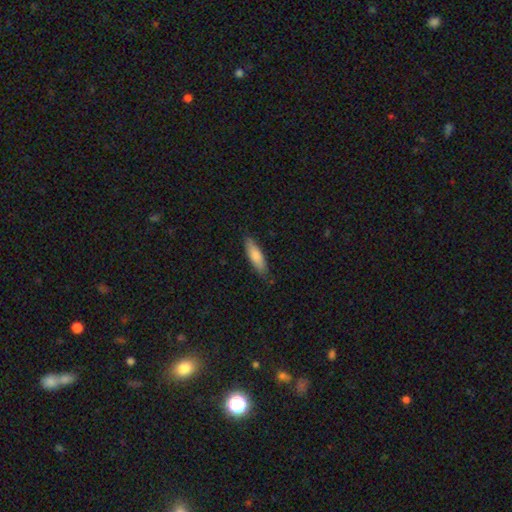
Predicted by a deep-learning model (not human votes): Overall: smooth (82%). How rounded: cigar-shaped (54%; in between 45%). Merging: none (81%).